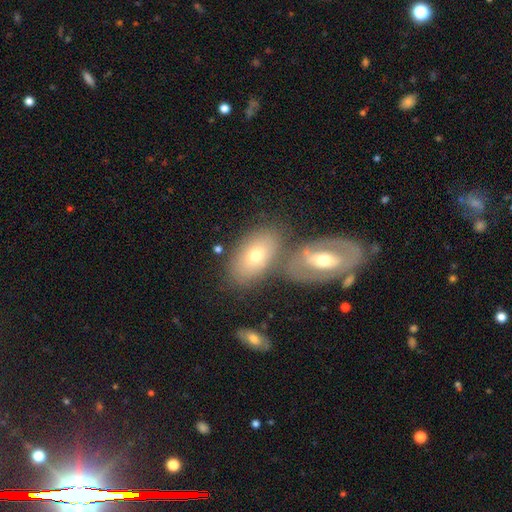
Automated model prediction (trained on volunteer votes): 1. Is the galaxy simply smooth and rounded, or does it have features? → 60% smooth, 32% featured or disk, 7% star or artifact.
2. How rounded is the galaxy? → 91% in between, 7% round, 2% cigar-shaped.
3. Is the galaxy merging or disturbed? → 51% none, 33% merger, 12% minor disturbance, 4% major disturbance.